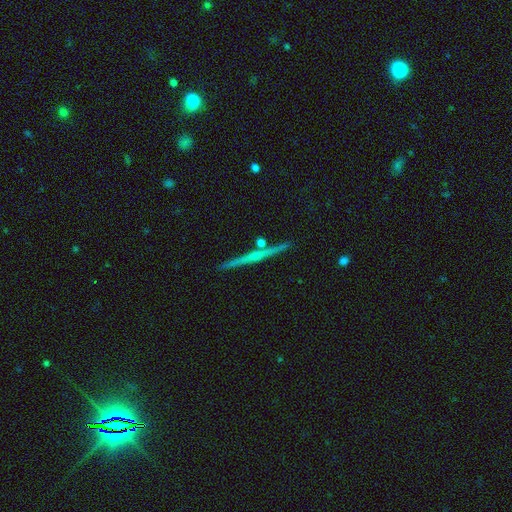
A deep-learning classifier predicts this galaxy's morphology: smooth_or_featured: featured or disk (p=0.65) [alt: smooth p=0.27]
disk_edge_on: yes (p=0.98) [alt: no p=0.02]
edge_on_bulge: none (p=0.64) [alt: rounded p=0.29]
merging: none (p=0.88) [alt: minor disturbance p=0.07]